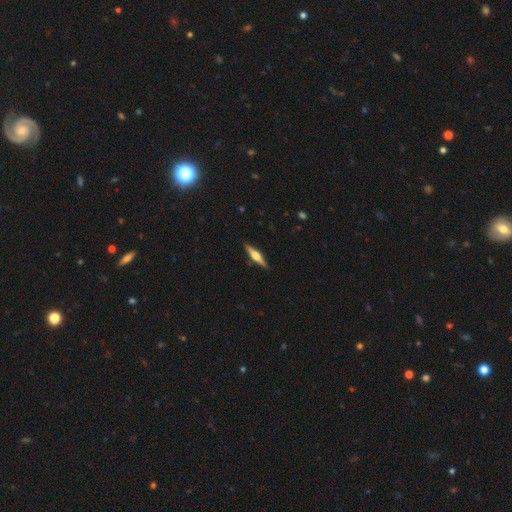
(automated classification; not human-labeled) Smooth or featured? Predicted: featured or disk (p=0.68). Edge-on disk? Predicted: yes (p=0.97). Edge-on bulge? Predicted: rounded (p=0.92). Merging? Predicted: none (p=0.91).